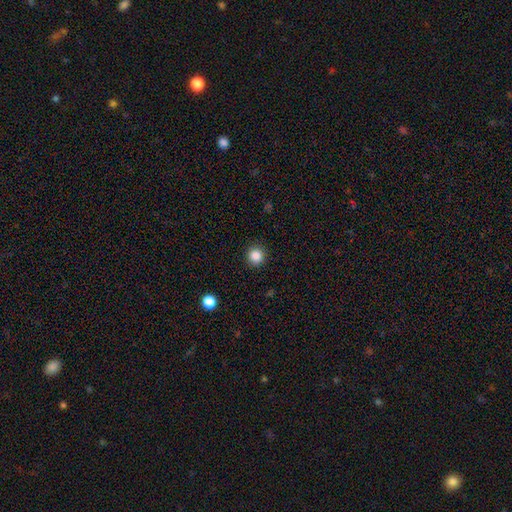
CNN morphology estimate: The model was most divided on "smooth or featured": smooth: 86%, star or artifact: 11%, featured or disk: 4%. More confident: how rounded — round (94%); merging — none (92%).